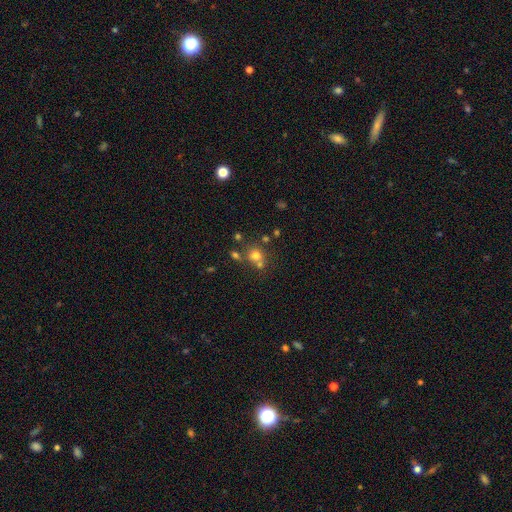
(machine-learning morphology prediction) smooth 69%, star or artifact 19%, featured or disk 12%. Down the decision tree: how rounded — round (84%); merging — none (57%).